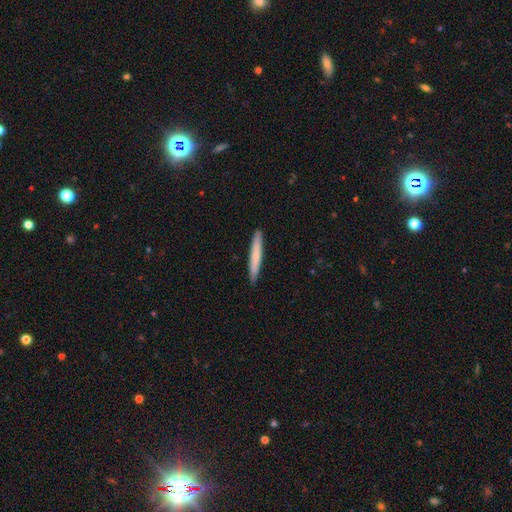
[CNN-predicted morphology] smooth_or_featured: smooth (p=0.70) [alt: featured or disk p=0.24]
how_rounded: cigar-shaped (p=0.96) [alt: in between p=0.03]
merging: none (p=0.91) [alt: minor disturbance p=0.06]